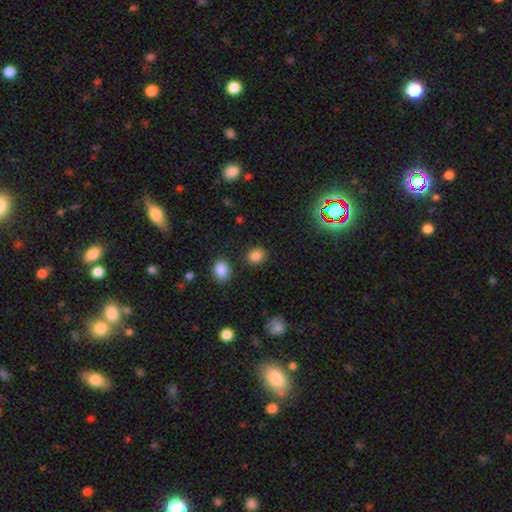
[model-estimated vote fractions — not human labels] This is clearly a smooth galaxy (83%). How rounded: likely round (68%). Merging: clearly none (86%).